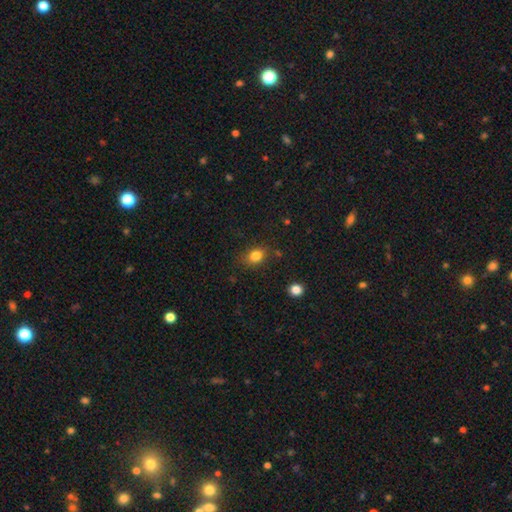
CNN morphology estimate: Smooth or featured?
  - smooth: 82% *
  - star or artifact: 12%
  - featured or disk: 6%
How rounded?
  - in between: 56% *
  - round: 43%
  - cigar-shaped: 1%
Merging?
  - none: 77% *
  - minor disturbance: 16%
  - major disturbance: 4%
  - merger: 2%